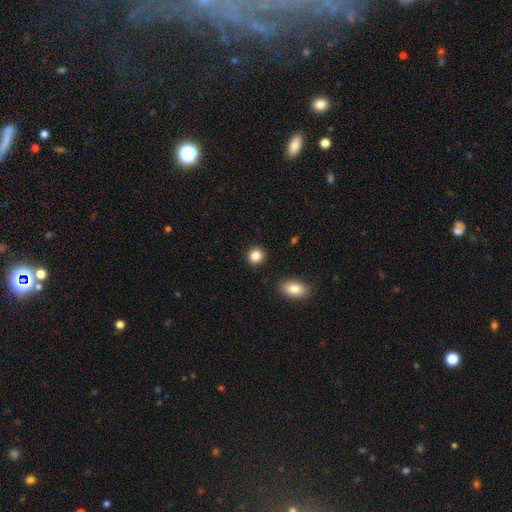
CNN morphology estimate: smooth 85%, star or artifact 10%, featured or disk 5%. Down the decision tree: how rounded — round (88%); merging — none (91%).